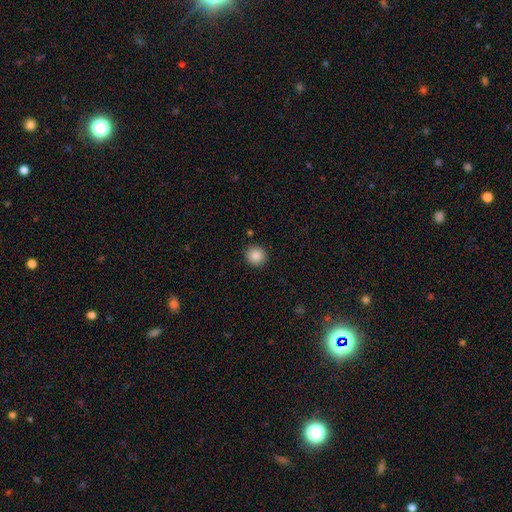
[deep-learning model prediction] Overall: smooth (87%). How rounded: round (93%). Merging: none (91%).